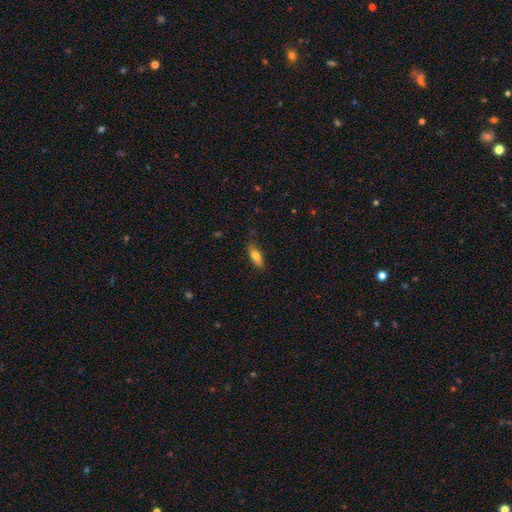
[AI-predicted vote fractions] Overall: smooth (73%). How rounded: in between (67%; cigar-shaped 30%). Merging: none (80%).